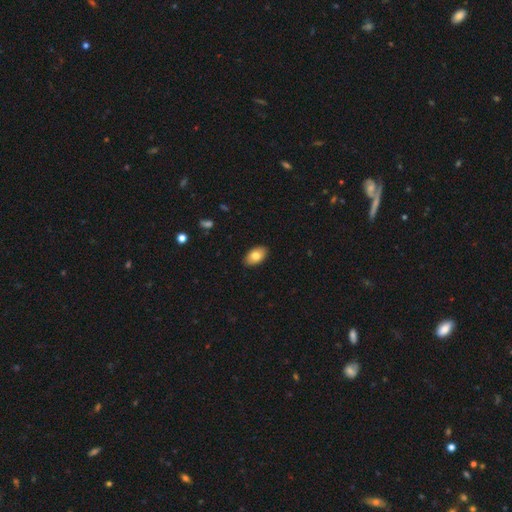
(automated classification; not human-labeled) This is likely a smooth galaxy (79%). How rounded: clearly in between (92%). Merging: clearly none (90%).